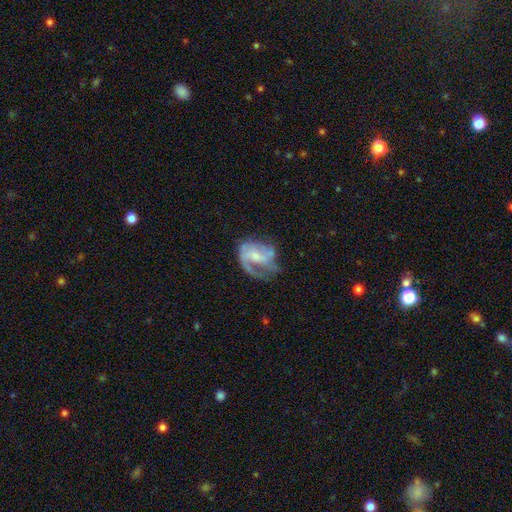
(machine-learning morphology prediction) Overall: featured or disk (75%). Edge-on disk: no (98%). Bar: no (48%; weak 41%). Spiral arms: yes (82%). Spiral arm count: 2 (42%; 1 24%). Spiral winding: medium (44%; loose 34%). Bulge size: small (54%; moderate 32%). Merging: none (39%; major disturbance 32%).